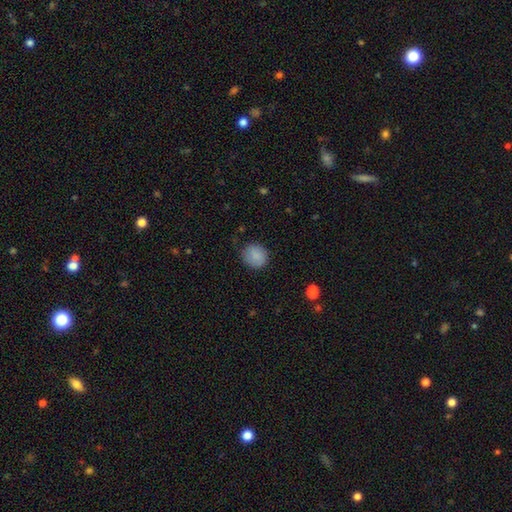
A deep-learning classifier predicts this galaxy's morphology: The model was most divided on "merging": none: 80%, minor disturbance: 15%, major disturbance: 4%, merger: 1%. More confident: smooth or featured — smooth (87%); how rounded — round (83%).